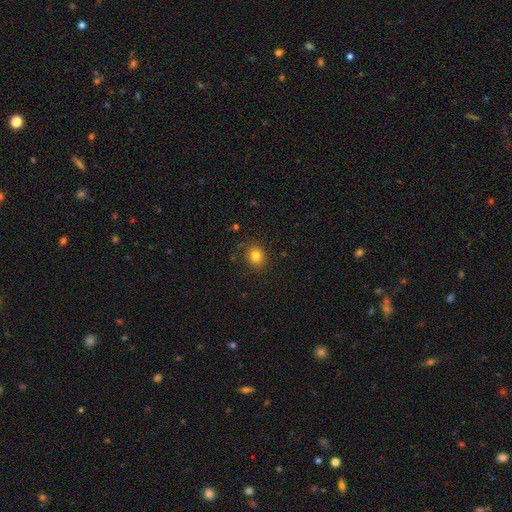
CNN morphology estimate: This is clearly a smooth galaxy (81%). How rounded: likely round (73%). Merging: clearly none (86%).